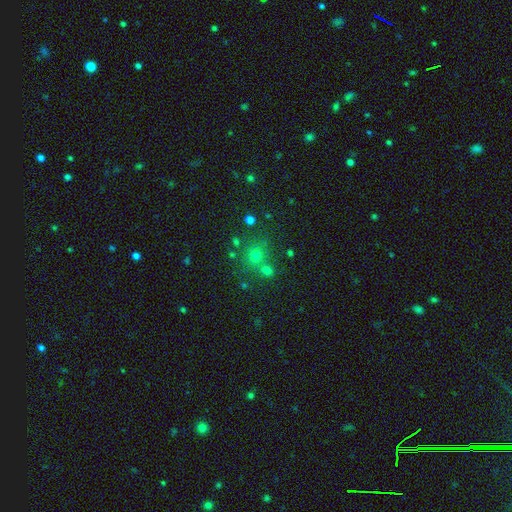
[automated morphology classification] Smooth or featured?
  - smooth: 58% *
  - star or artifact: 32%
  - featured or disk: 10%
How rounded?
  - round: 88% *
  - in between: 11%
  - cigar-shaped: 1%
Merging?
  - none: 66% *
  - merger: 22%
  - minor disturbance: 8%
  - major disturbance: 4%